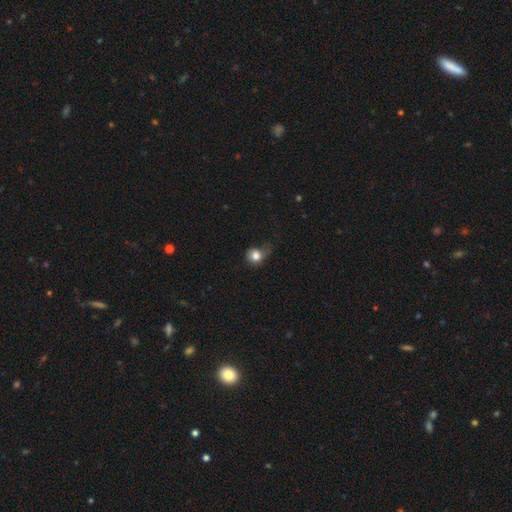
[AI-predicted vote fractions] smooth-or-featured: smooth: 81% | featured or disk: 10% | star or artifact: 10%
  how-rounded: round: 75% | in between: 24% | cigar-shaped: 1%
  merging: none: 35% | minor disturbance: 34% | major disturbance: 28% | merger: 3%